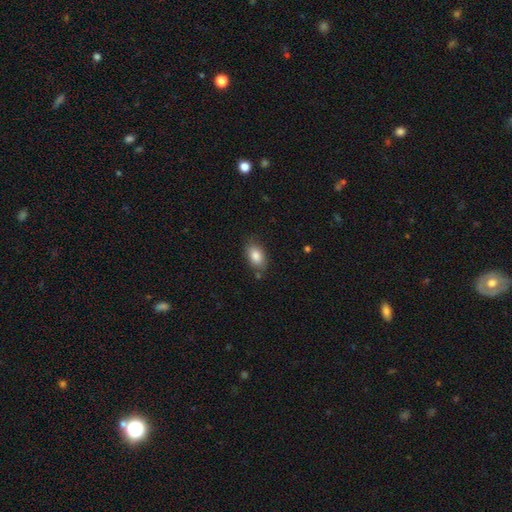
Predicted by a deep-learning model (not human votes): A smooth galaxy with no disk features (85%) that is in between round and cigar-shaped (89%). Merging: none (78%).